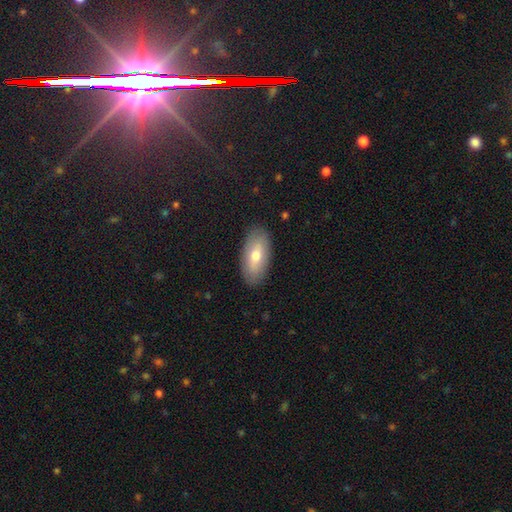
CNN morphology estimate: Overall: smooth (68%). How rounded: in between (90%). Merging: none (88%).